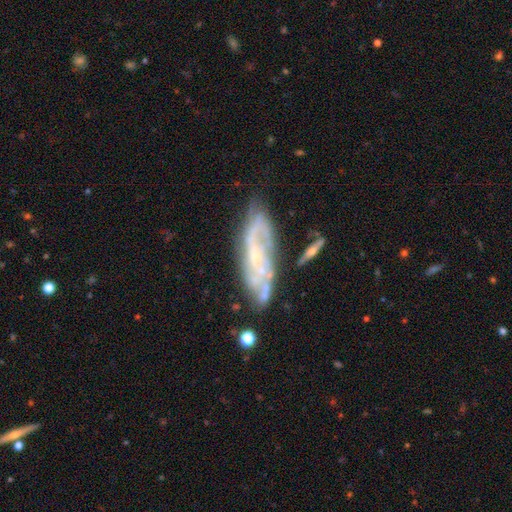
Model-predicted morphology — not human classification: Smooth or featured: featured or disk — 77% (smooth — 16%)
Edge-on disk: no — 84% (yes — 16%)
Bar: no — 63% (weak — 29%)
Spiral arms: yes — 81% (no — 19%)
Spiral winding: tight — 43% (medium — 39%)
Spiral arm count: can't tell — 45% (2 — 26%)
Bulge size: small — 70% (moderate — 19%)
Merging: none — 57% (minor disturbance — 23%)